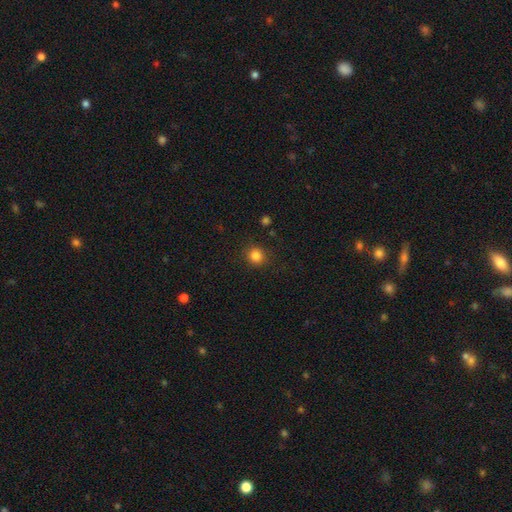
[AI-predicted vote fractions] This is clearly a smooth galaxy (84%). How rounded: clearly round (89%). Merging: clearly none (88%).